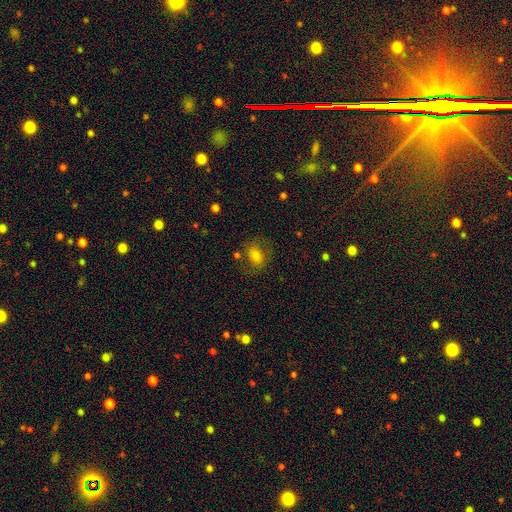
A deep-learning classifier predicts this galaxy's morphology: Smooth or featured?
  - smooth: 70% *
  - featured or disk: 18%
  - star or artifact: 12%
How rounded?
  - in between: 59% *
  - round: 40%
  - cigar-shaped: 1%
Merging?
  - none: 69% *
  - minor disturbance: 17%
  - major disturbance: 10%
  - merger: 4%